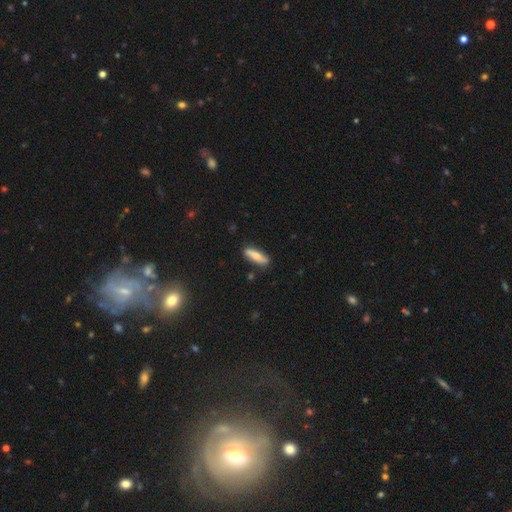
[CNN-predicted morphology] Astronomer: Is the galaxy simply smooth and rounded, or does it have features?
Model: smooth — 69%.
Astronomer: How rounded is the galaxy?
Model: cigar-shaped — 62%.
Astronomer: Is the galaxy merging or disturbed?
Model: none — 84%.